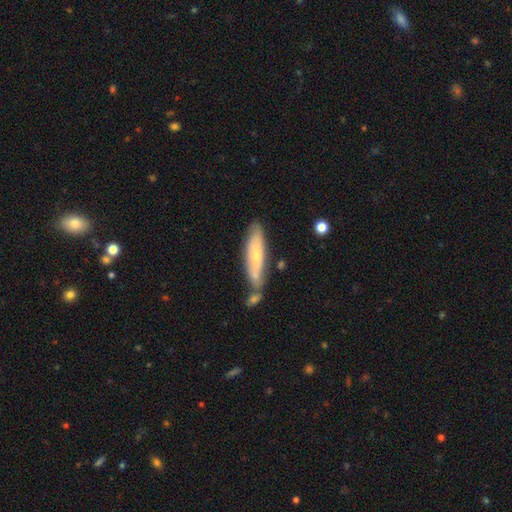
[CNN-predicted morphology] Smooth or featured? Predicted: smooth (p=0.55). How rounded? Predicted: cigar-shaped (p=0.74). Merging? Predicted: none (p=0.54).